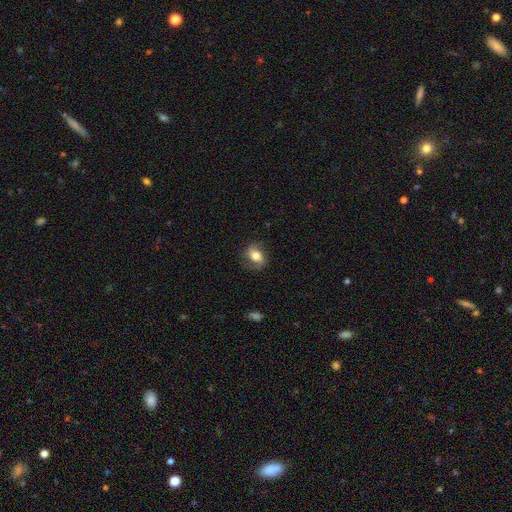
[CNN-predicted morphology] A smooth galaxy with no disk features (59%) that is in between round and cigar-shaped (68%). Merging: none (68%).